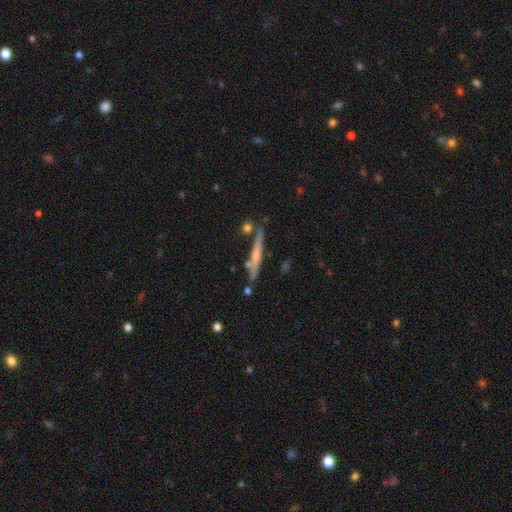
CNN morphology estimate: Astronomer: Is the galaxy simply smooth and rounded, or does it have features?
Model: featured or disk — 52% (runner-up: smooth, 41%).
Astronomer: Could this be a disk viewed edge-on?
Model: yes — 93%.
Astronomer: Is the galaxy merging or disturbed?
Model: none — 74%.